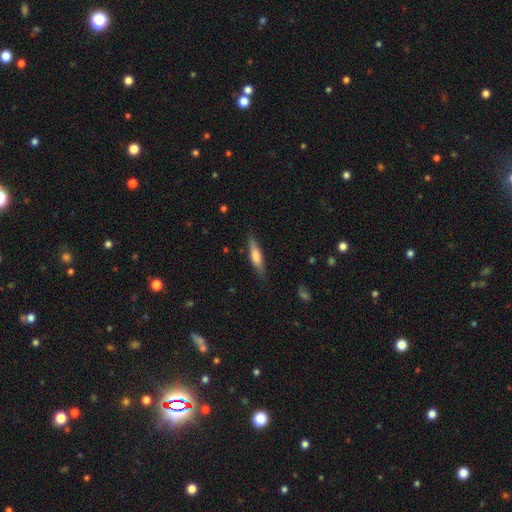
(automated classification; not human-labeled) Morphology: type=smooth (56%); roundness=cigar-shaped (75%); merging=none (81%).